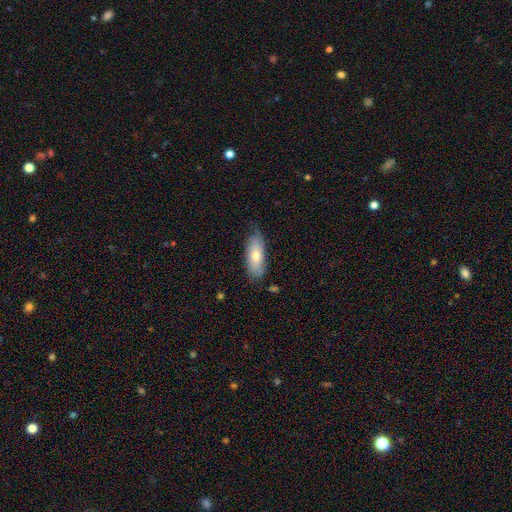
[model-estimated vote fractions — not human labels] Smooth or featured: smooth — 69% (featured or disk — 25%)
How rounded: in between — 79% (cigar-shaped — 19%)
Merging: none — 66% (minor disturbance — 26%)